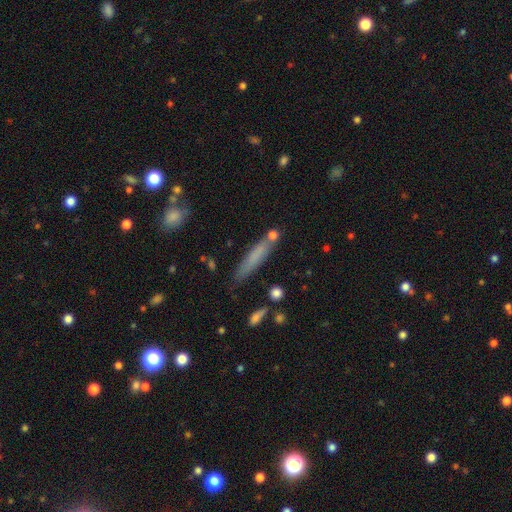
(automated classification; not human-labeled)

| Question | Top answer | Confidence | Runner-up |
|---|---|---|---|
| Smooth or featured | smooth | 70% | featured or disk (22%) |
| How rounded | cigar-shaped | 89% | in between (9%) |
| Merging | none | 77% | minor disturbance (14%) |